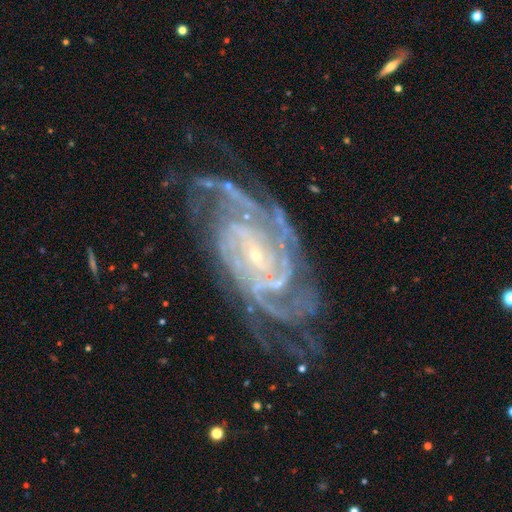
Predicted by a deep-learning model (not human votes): Smooth or featured: featured or disk — 92% (star or artifact — 5%)
Edge-on disk: no — 96% (yes — 4%)
Bar: no — 41% (weak — 37%)
Spiral arms: yes — 99% (no — 1%)
Spiral winding: tight — 67% (medium — 29%)
Spiral arm count: 4 — 29% (more than 4 — 18%)
Bulge size: small — 85% (moderate — 11%)
Merging: none — 71% (minor disturbance — 18%)